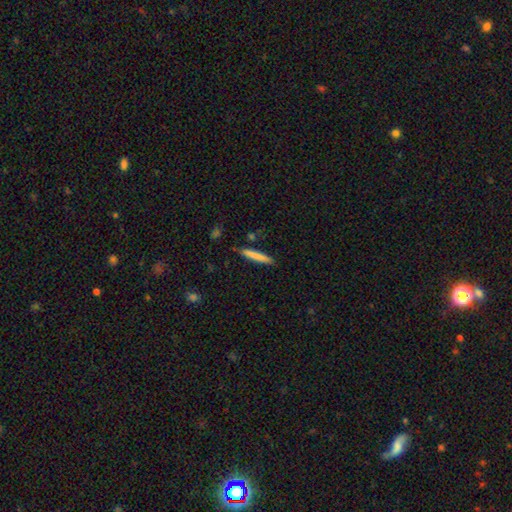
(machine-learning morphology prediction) A smooth galaxy with no disk features (79%) that is cigar-shaped (94%). Merging: none (87%).